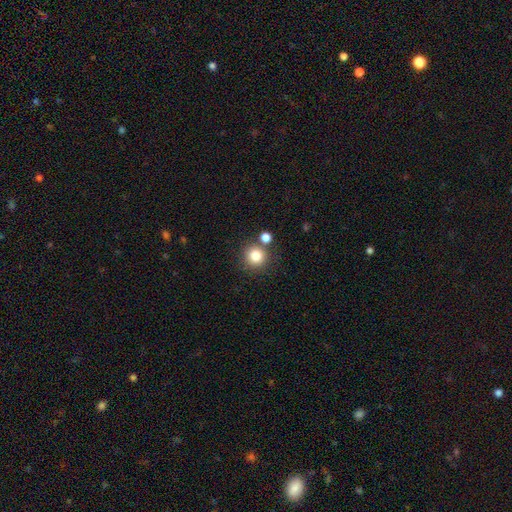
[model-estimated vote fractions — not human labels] Smooth or featured? smooth (82%)
How rounded? round (94%)
Merging? none (75%)